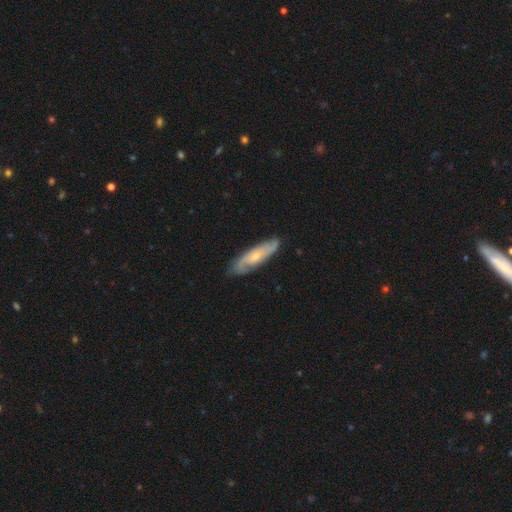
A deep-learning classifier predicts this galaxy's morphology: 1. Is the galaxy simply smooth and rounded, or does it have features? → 65% featured or disk, 29% smooth, 5% star or artifact.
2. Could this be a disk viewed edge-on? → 75% no, 25% yes.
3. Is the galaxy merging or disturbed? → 80% none, 15% minor disturbance, 3% major disturbance, 1% merger.